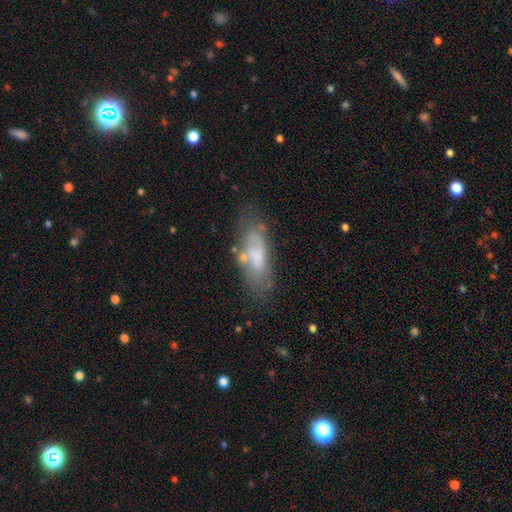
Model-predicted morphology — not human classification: This is possibly a smooth galaxy (49%). Merging: possibly none (53%).